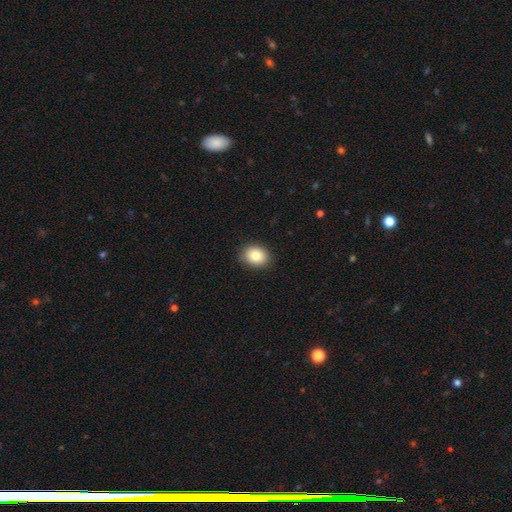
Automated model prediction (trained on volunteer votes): Q: Smooth or featured?
A: smooth (82%); runner-up: star or artifact (9%)
Q: How rounded?
A: in between (53%); runner-up: round (46%)
Q: Merging?
A: none (88%); runner-up: minor disturbance (9%)